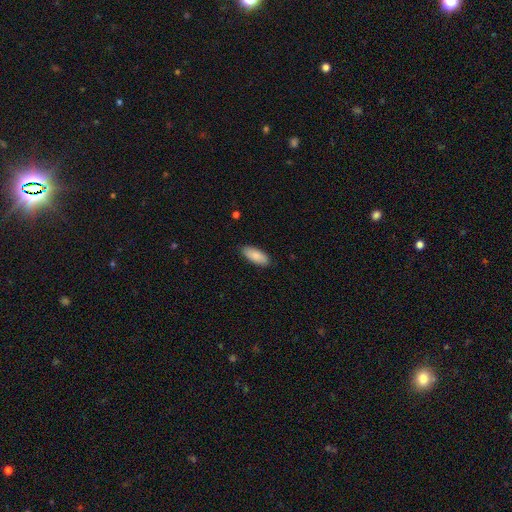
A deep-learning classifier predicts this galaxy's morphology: A smooth galaxy with no disk features (86%) that is in between round and cigar-shaped (84%). Merging: none (88%).